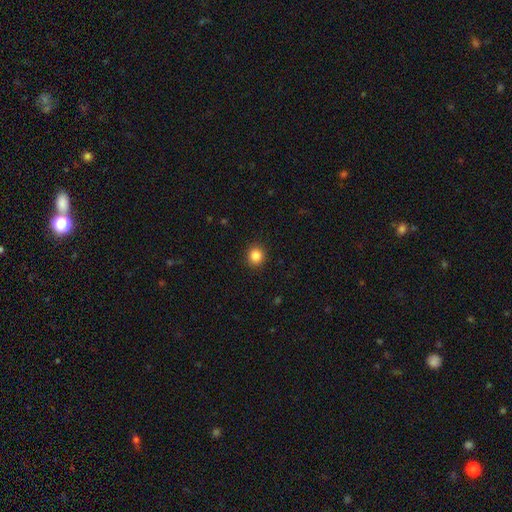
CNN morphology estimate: smooth 86%, star or artifact 10%, featured or disk 4%. Down the decision tree: how rounded — round (87%); merging — none (91%).